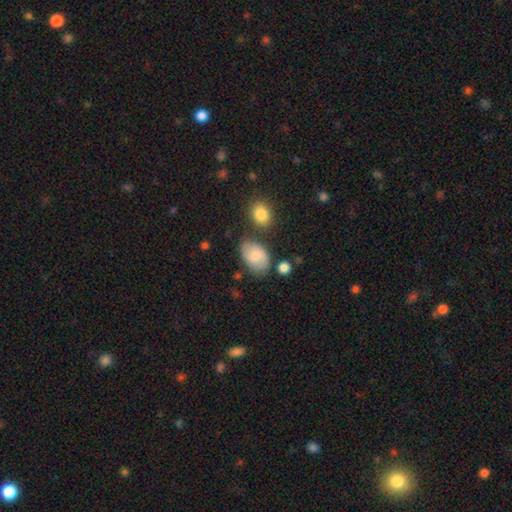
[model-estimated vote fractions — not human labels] The model was most divided on "smooth or featured": smooth: 66%, featured or disk: 26%, star or artifact: 8%. More confident: how rounded — in between (88%); merging — none (65%).